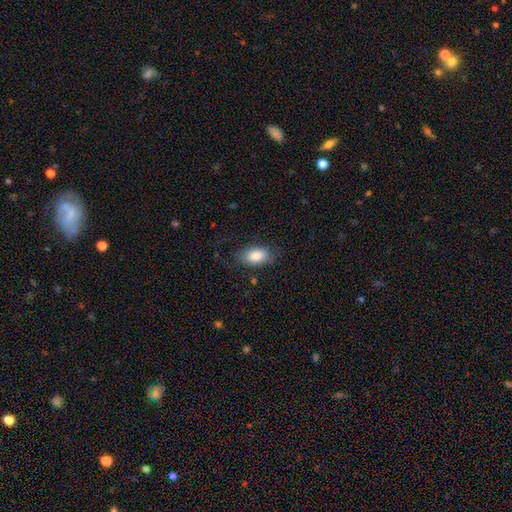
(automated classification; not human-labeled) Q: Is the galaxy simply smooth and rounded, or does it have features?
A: smooth — 80%.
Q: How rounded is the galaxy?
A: in between — 91%.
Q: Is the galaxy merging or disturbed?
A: none — 77%.